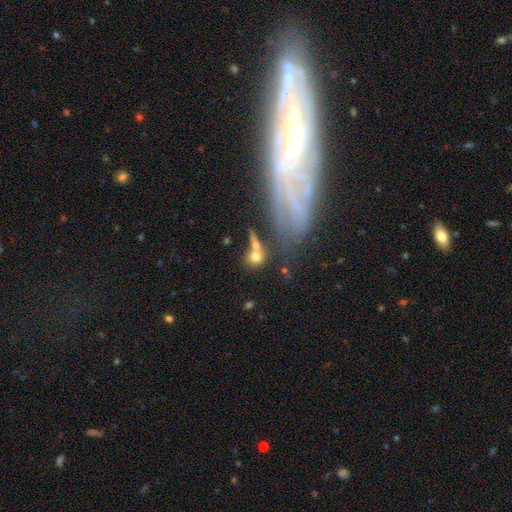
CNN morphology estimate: Smooth or featured: smooth — 67% (featured or disk — 21%)
How rounded: round — 70% (in between — 23%)
Merging: none — 48% (merger — 28%)